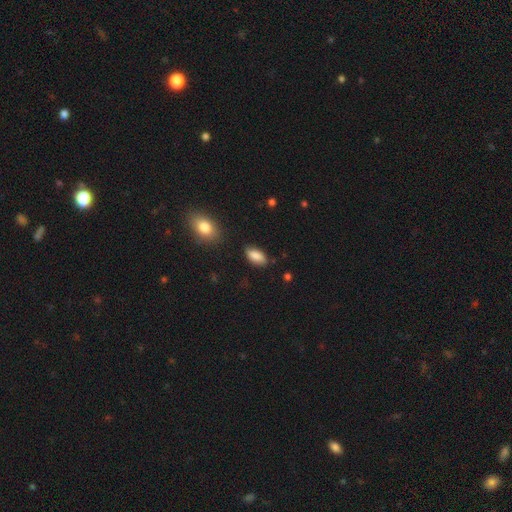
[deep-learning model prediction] Smooth or featured?
  - smooth: 86% *
  - star or artifact: 7%
  - featured or disk: 7%
How rounded?
  - in between: 90% *
  - cigar-shaped: 6%
  - round: 3%
Merging?
  - none: 80% *
  - minor disturbance: 15%
  - major disturbance: 3%
  - merger: 2%